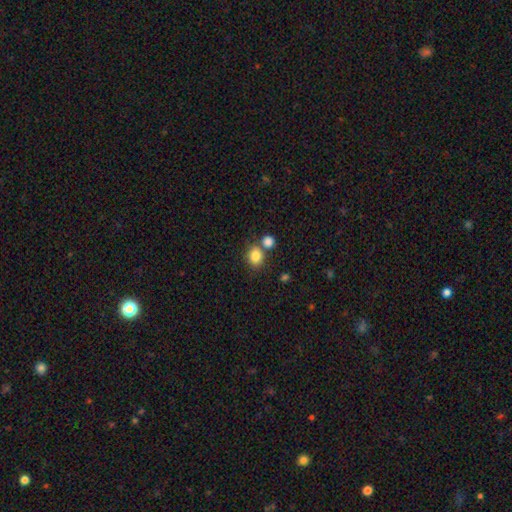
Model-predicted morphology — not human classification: A smooth galaxy with no disk features (83%) that is round (63%). Merging: none (62%).